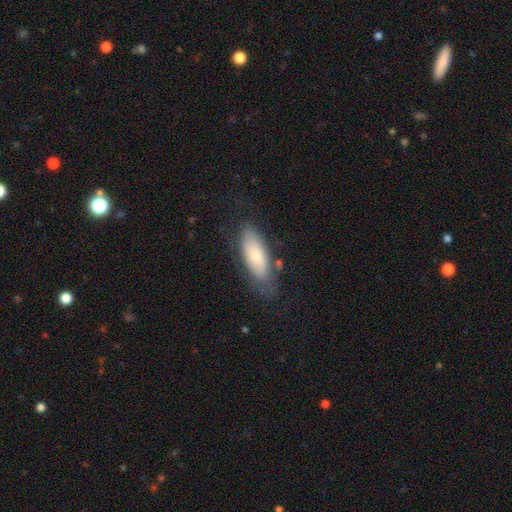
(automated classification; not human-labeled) smooth-or-featured: smooth: 72% | featured or disk: 22% | star or artifact: 6%
  how-rounded: in between: 75% | cigar-shaped: 23% | round: 2%
  merging: none: 67% | minor disturbance: 23% | major disturbance: 7% | merger: 3%